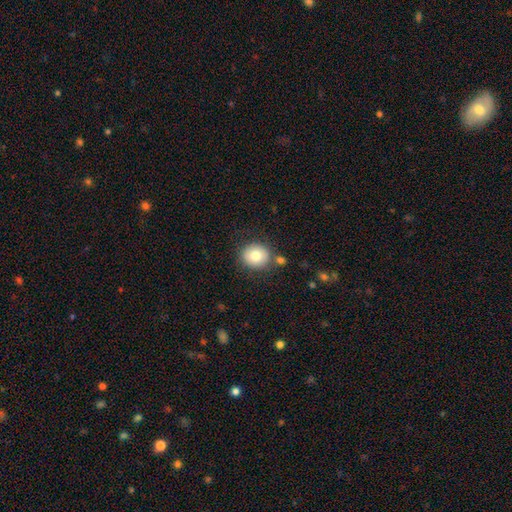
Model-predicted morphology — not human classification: A smooth galaxy with no disk features (79%) that is round (83%). Merging: none (79%).